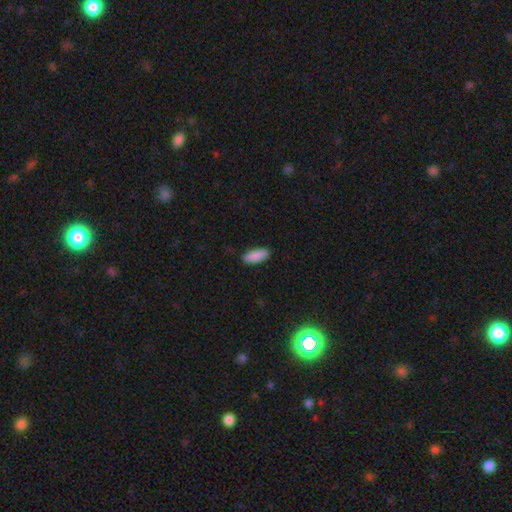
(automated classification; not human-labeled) Overall: smooth (90%). How rounded: in between (68%; cigar-shaped 31%). Merging: none (89%).